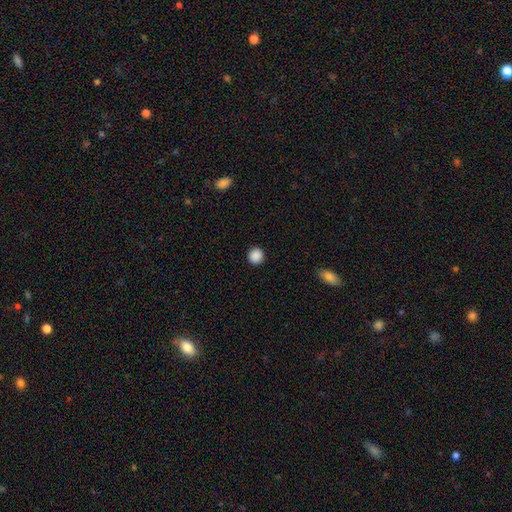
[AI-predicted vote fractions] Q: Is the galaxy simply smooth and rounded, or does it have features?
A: smooth — 89%.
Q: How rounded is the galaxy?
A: round — 95%.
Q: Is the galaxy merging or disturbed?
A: none — 93%.